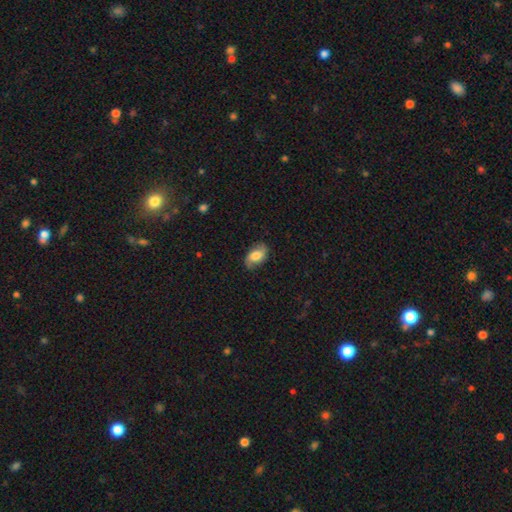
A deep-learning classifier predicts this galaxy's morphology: Smooth or featured? smooth (55%)
How rounded? in between (90%)
Merging? none (78%)